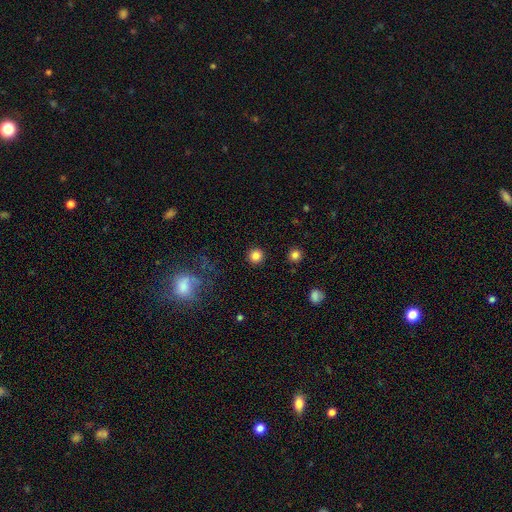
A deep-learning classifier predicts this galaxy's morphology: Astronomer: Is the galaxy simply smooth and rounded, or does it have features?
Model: smooth — 83%.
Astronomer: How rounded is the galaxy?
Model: round — 95%.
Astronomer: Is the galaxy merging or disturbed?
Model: none — 92%.